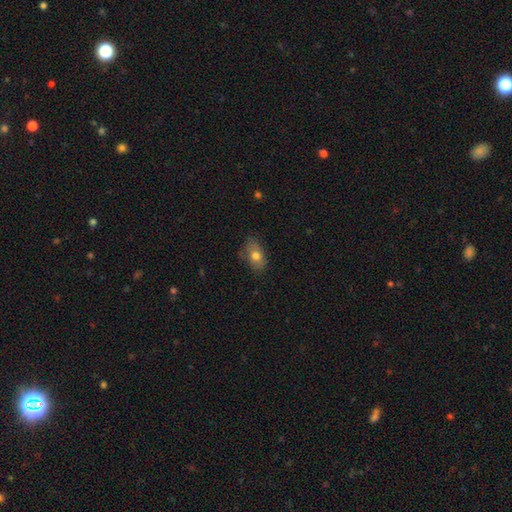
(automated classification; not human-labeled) This appears to be a smooth galaxy with no disk features (75%) that is in between round and cigar-shaped (86%). Merging: none (72%).